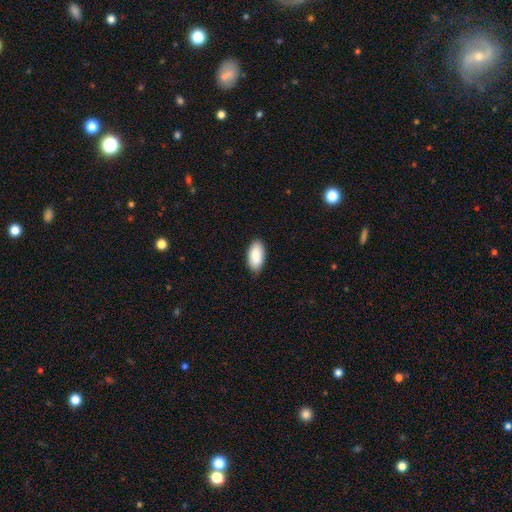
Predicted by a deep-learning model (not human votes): Q: Smooth or featured?
A: smooth (90%); runner-up: star or artifact (6%)
Q: How rounded?
A: in between (95%); runner-up: cigar-shaped (3%)
Q: Merging?
A: none (87%); runner-up: minor disturbance (11%)